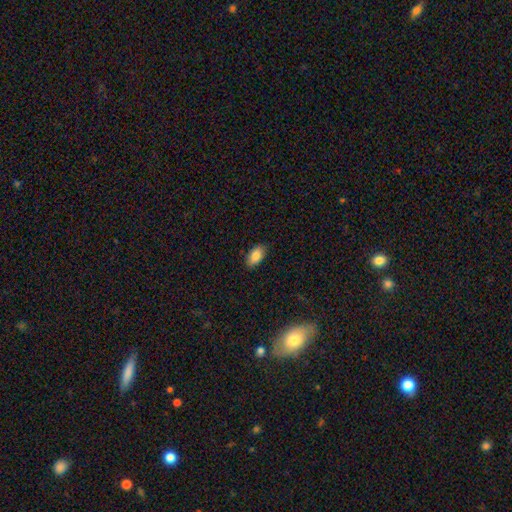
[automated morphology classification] Smooth or featured? Predicted: smooth (p=0.85). How rounded? Predicted: in between (p=0.93). Merging? Predicted: none (p=0.87).